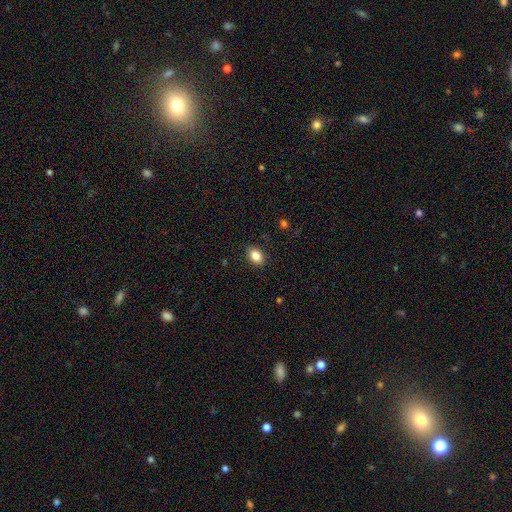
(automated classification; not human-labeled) Morphology: type=smooth (86%); roundness=in between (75%); merging=none (88%).